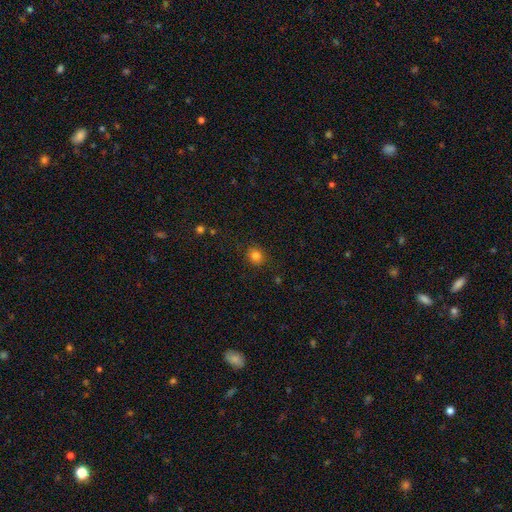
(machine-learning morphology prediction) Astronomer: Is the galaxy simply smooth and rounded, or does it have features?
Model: smooth — 81%.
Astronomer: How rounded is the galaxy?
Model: round — 76%.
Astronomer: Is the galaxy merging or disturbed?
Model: none — 88%.